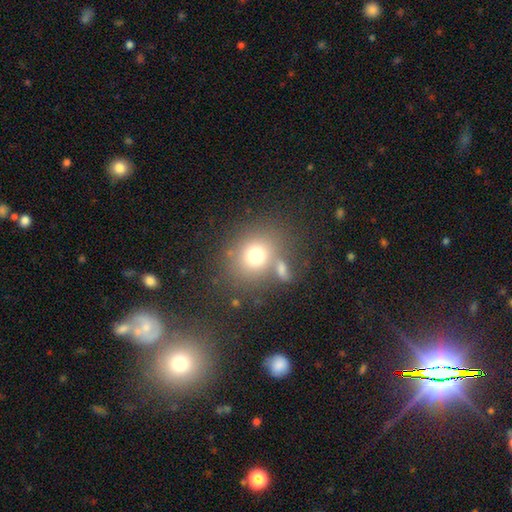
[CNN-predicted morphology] Smooth or featured: smooth — 73% (featured or disk — 14%)
How rounded: round — 72% (in between — 27%)
Merging: none — 63% (merger — 18%)